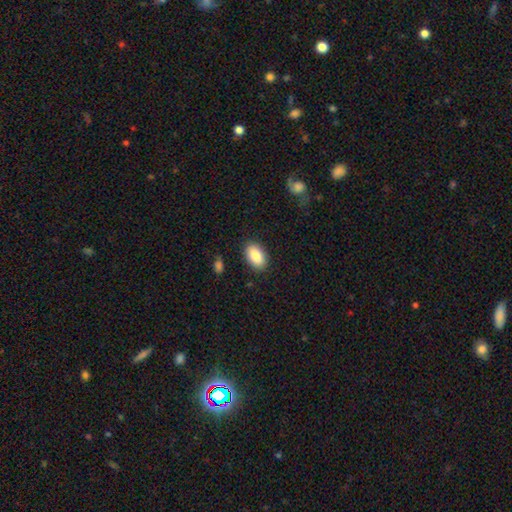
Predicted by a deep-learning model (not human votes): A smooth galaxy with no disk features (85%) that is in between round and cigar-shaped (91%).

Vote fractions:
- Smooth or featured? smooth: 85% / featured or disk: 8% / star or artifact: 7%
- How rounded? in between: 91% / round: 7% / cigar-shaped: 2%
- Merging? none: 87% / minor disturbance: 9% / major disturbance: 2% / merger: 1%